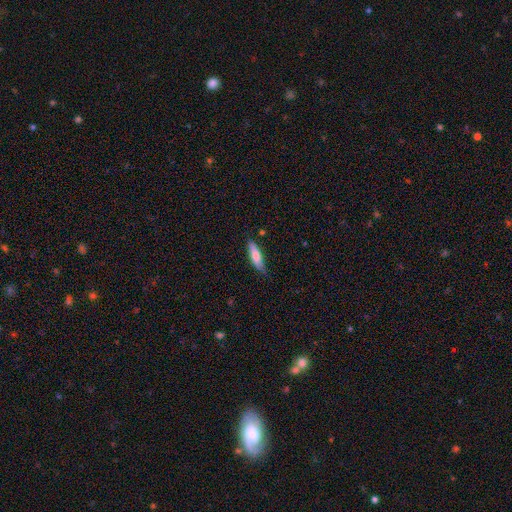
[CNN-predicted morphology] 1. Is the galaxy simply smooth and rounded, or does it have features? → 73% smooth, 21% featured or disk, 6% star or artifact.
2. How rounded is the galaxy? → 65% cigar-shaped, 34% in between, 2% round.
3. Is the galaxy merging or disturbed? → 75% none, 21% minor disturbance, 3% major disturbance, 2% merger.